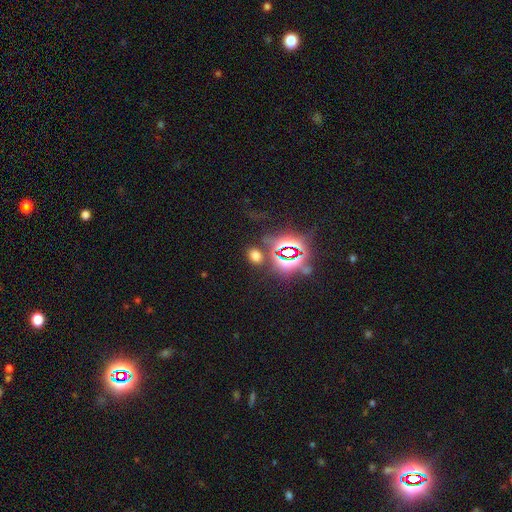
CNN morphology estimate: Q: Smooth or featured?
A: smooth (55%); runner-up: star or artifact (38%)
Q: How rounded?
A: in between (69%); runner-up: round (29%)
Q: Merging?
A: none (79%); runner-up: minor disturbance (10%)